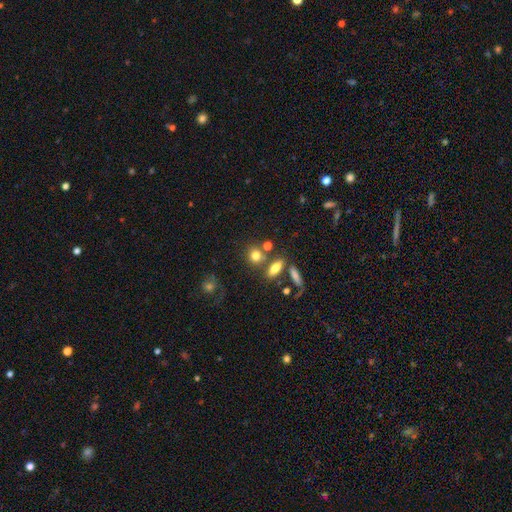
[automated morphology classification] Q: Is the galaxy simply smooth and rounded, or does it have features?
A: smooth — 75%.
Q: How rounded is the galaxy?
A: round — 68%.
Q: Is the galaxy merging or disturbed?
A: none — 62%.